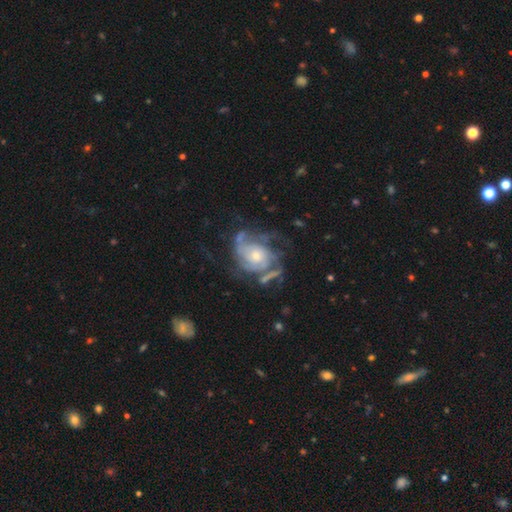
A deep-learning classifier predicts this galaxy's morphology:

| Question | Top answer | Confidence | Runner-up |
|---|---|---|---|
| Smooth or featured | featured or disk | 86% | smooth (8%) |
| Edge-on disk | no | 97% | yes (3%) |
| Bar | no | 77% | weak (19%) |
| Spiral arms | yes | 91% | no (9%) |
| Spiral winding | tight | 50% | medium (36%) |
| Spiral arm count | can't tell | 31% | 3 (24%) |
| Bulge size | moderate | 52% | small (40%) |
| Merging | none | 46% | major disturbance (25%) |